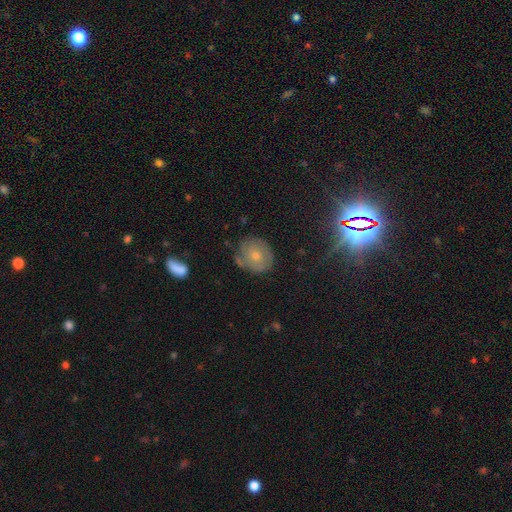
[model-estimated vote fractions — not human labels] Smooth or featured? Predicted: smooth (p=0.55). How rounded? Predicted: round (p=0.82). Merging? Predicted: none (p=0.66).